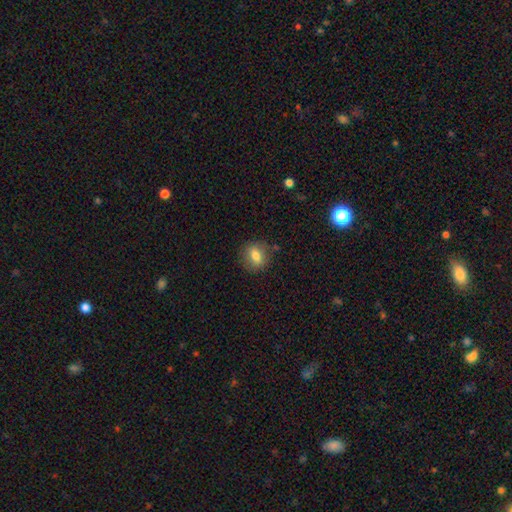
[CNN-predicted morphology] A smooth galaxy with no disk features (73%) that is round (62%). Merging: none (83%).